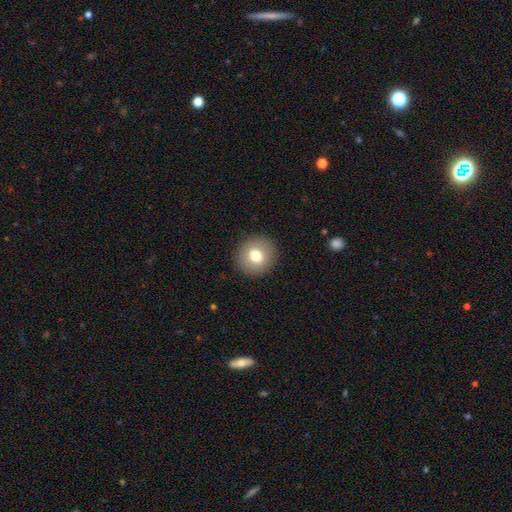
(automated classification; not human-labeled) A smooth galaxy with no disk features (75%) that is round (89%). Merging: none (91%).